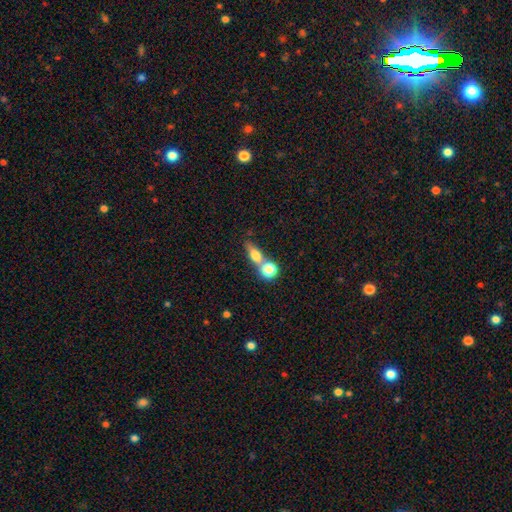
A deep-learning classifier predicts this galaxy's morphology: type=smooth (61%); roundness=in between (41%); merging=none (45%).